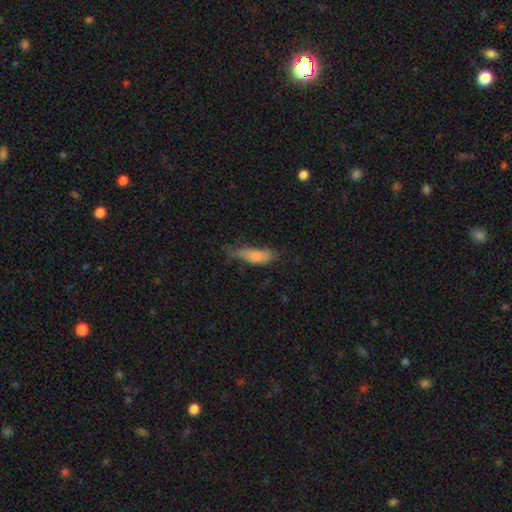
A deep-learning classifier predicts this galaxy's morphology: This is likely a smooth galaxy (78%). How rounded: possibly in between (58%). Merging: marginally none (40%).